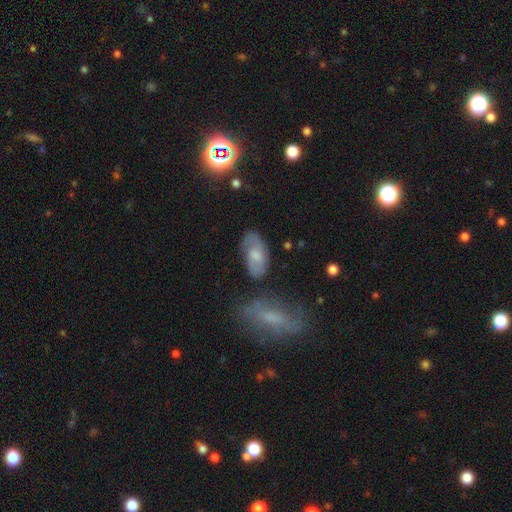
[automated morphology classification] Smooth or featured? smooth (52%)
How rounded? in between (90%)
Merging? none (60%)